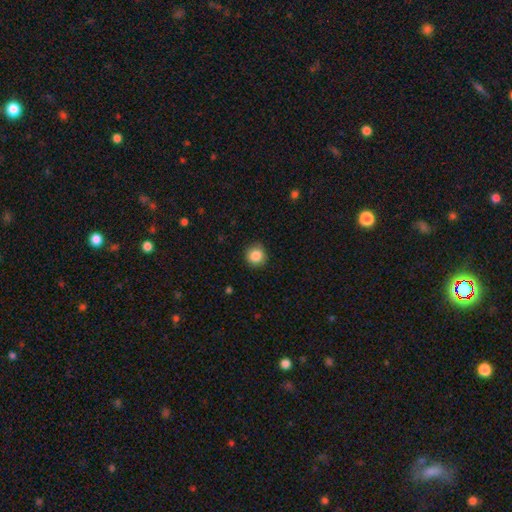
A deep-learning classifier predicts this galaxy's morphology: The model was most divided on "smooth or featured": smooth: 86%, star or artifact: 10%, featured or disk: 4%. More confident: how rounded — round (92%); merging — none (88%).